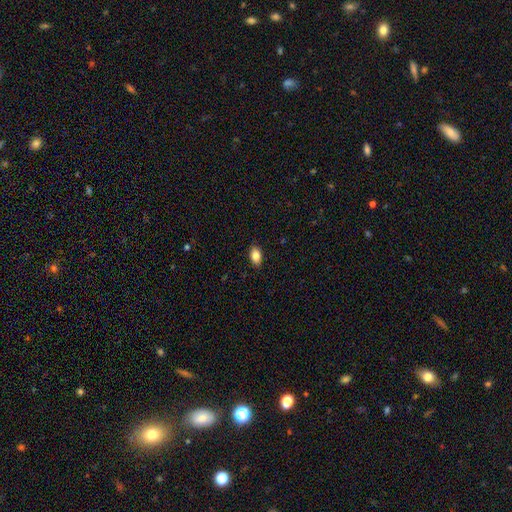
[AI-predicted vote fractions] Smooth or featured: smooth — 85% (star or artifact — 8%)
How rounded: in between — 89% (round — 9%)
Merging: none — 89% (minor disturbance — 9%)